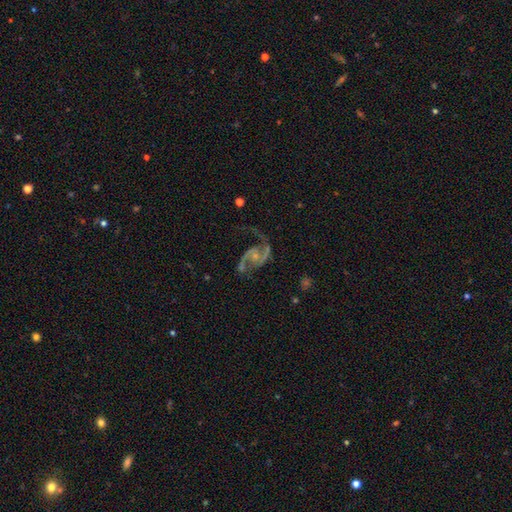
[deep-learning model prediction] A featured or disk galaxy (91%) with no bar (60%), 2 (92%) medium (49%) spiral arms (97%) and a small central bulge (66%).

Vote fractions:
- Smooth or featured? featured or disk: 91% / star or artifact: 5% / smooth: 4%
- Edge-on disk? no: 98% / yes: 2%
- Bar? no: 60% / weak: 31% / strong: 9%
- Spiral arms? yes: 97% / no: 3%
- Spiral winding? medium: 49% / loose: 41% / tight: 10%
- Spiral arm count? 2: 92% / 1: 3% / can't tell: 2% / 3: 1% / 4: 1% / more than 4: 1%
- Bulge size? small: 66% / moderate: 22% / none: 9% / large: 2% / dominant: 1%
- Merging? none: 61% / major disturbance: 18% / minor disturbance: 18% / merger: 3%